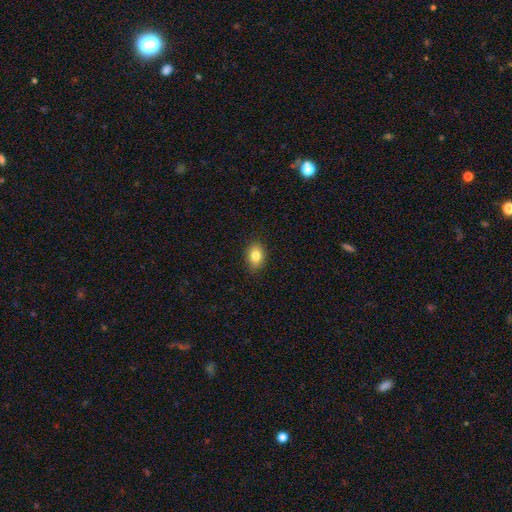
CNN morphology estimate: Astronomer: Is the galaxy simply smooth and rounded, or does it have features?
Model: smooth — 82%.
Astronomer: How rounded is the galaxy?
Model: in between — 68%.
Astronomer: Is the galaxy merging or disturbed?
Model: none — 85%.